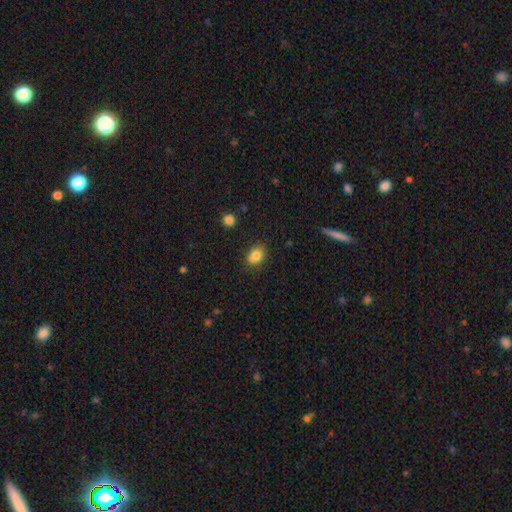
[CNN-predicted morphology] The model was most divided on "how rounded": in between: 70%, round: 29%, cigar-shaped: 1%. More confident: smooth or featured — smooth (84%); merging — none (81%).